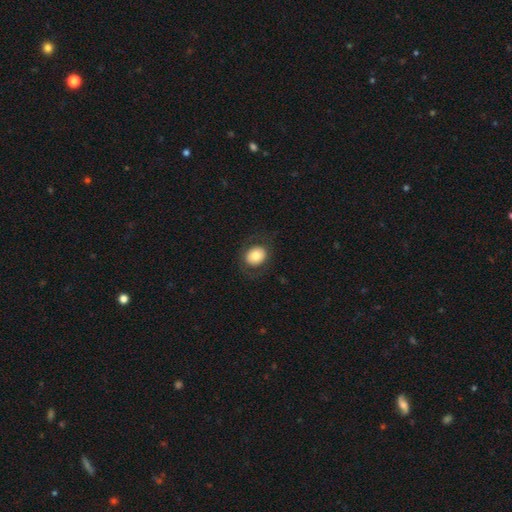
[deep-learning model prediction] Morphology: type=smooth (74%); roundness=round (59%); merging=none (83%).